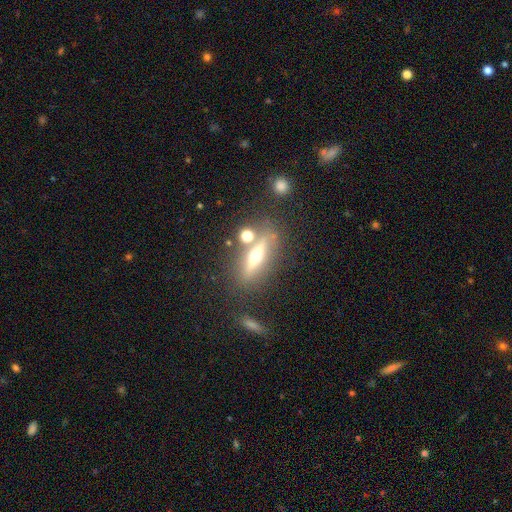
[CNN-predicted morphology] Overall: featured or disk (63%; smooth 27%). Edge-on disk: yes (88%). Edge-on bulge: rounded (95%). Merging: none (77%).